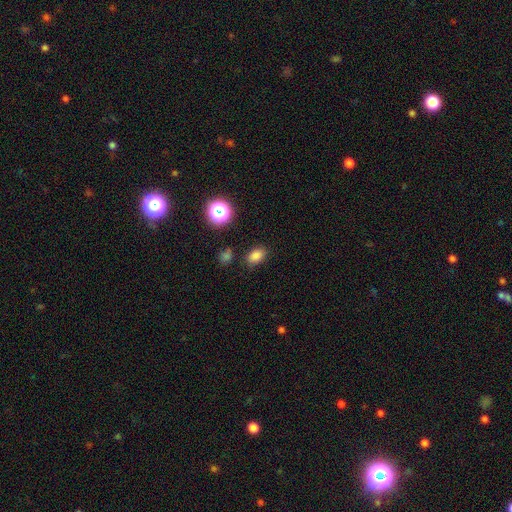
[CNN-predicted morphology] type=smooth (79%); roundness=in between (81%); merging=none (82%).